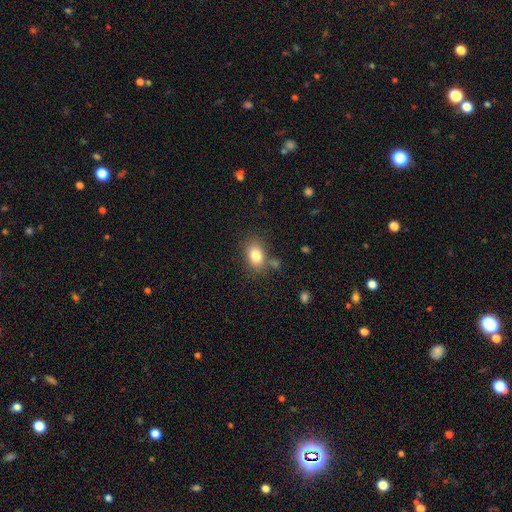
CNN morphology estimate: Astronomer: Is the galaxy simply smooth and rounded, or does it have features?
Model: smooth — 81%.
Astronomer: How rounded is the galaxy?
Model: in between — 75%.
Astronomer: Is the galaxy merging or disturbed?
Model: none — 72%.